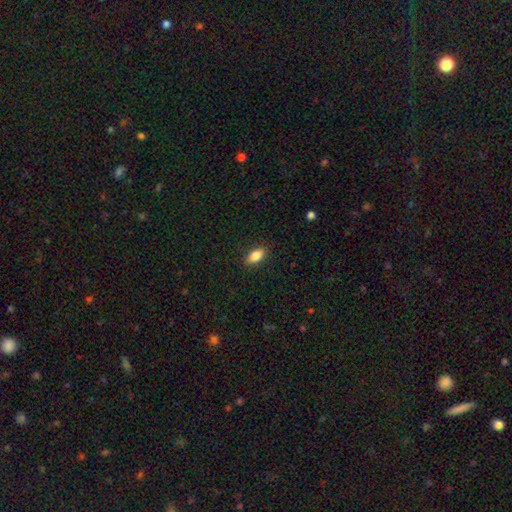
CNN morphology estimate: type=smooth (86%); roundness=in between (89%); merging=none (88%).